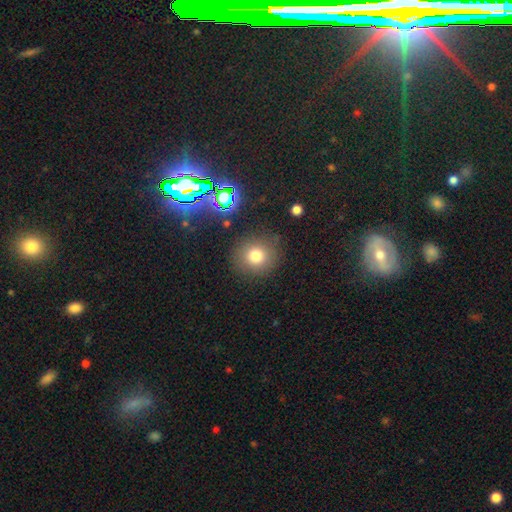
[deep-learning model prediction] smooth-or-featured: smooth: 76% | star or artifact: 16% | featured or disk: 9%
  how-rounded: round: 89% | in between: 10% | cigar-shaped: 1%
  merging: none: 85% | minor disturbance: 9% | major disturbance: 4% | merger: 3%